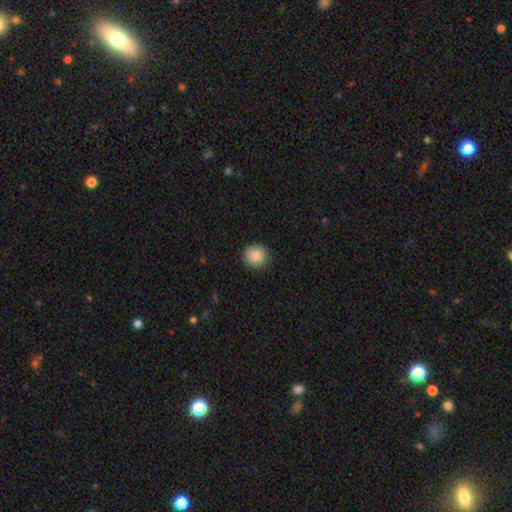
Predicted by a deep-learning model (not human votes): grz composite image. It shows a smooth galaxy with no disk features (87%) that is round (94%). Merging: none (92%).